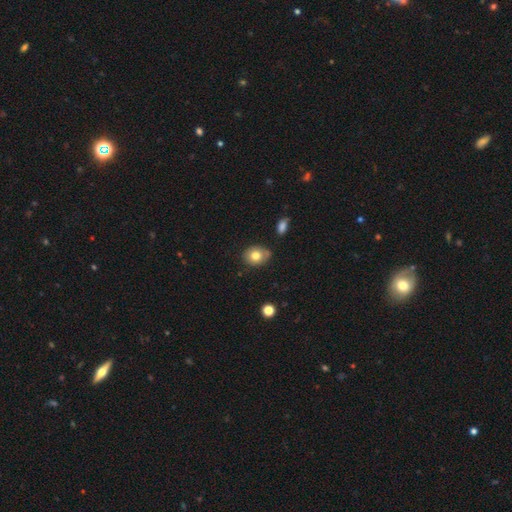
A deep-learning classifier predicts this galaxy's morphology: type=smooth (78%); roundness=round (53%); merging=none (71%).